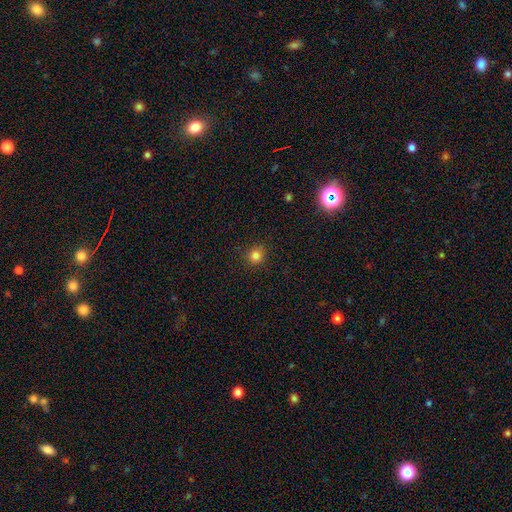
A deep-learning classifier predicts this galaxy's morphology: Q: Smooth or featured?
A: smooth (81%); runner-up: star or artifact (14%)
Q: How rounded?
A: round (92%); runner-up: in between (7%)
Q: Merging?
A: none (89%); runner-up: minor disturbance (8%)